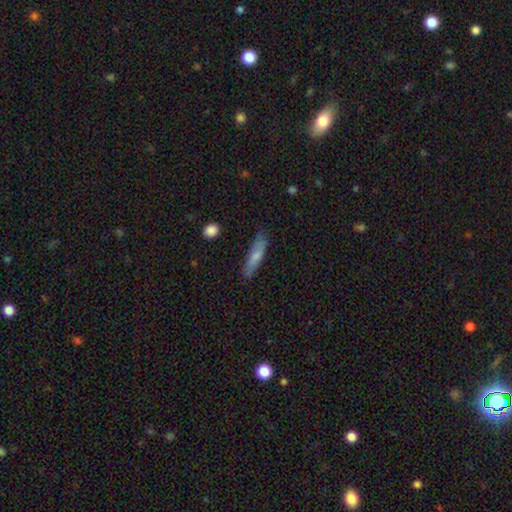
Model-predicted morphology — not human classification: smooth 73%, featured or disk 21%, star or artifact 6%. Down the decision tree: how rounded — cigar-shaped (81%); merging — none (78%).